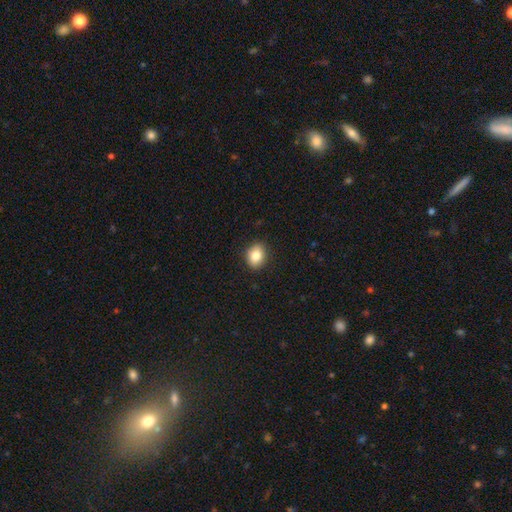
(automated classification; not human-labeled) Smooth or featured? Predicted: smooth (p=0.84). How rounded? Predicted: in between (p=0.52). Merging? Predicted: none (p=0.89).